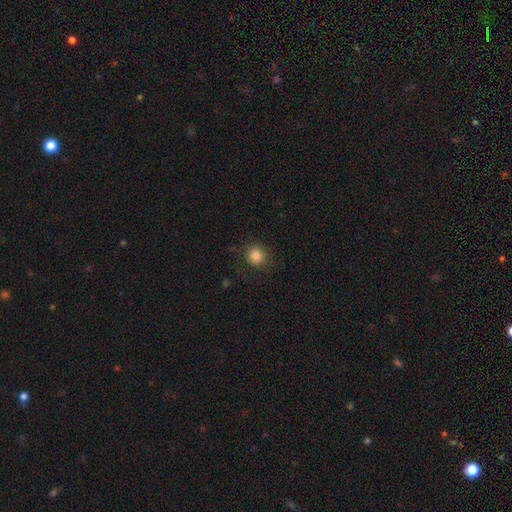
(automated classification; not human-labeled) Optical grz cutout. It shows a smooth galaxy with no disk features (84%) that is round (91%). Merging: none (87%).